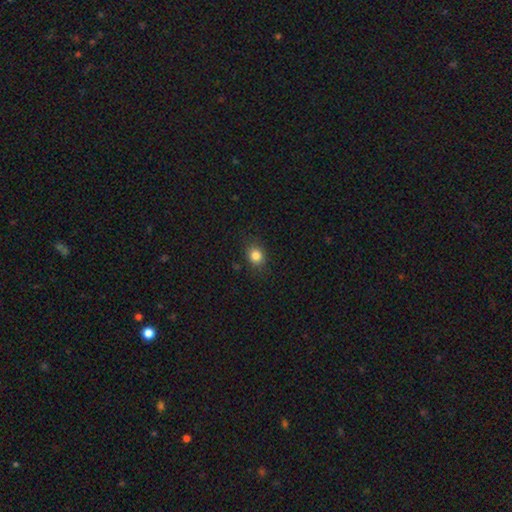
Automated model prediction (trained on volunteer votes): Smooth or featured?
  - smooth: 83% *
  - star or artifact: 11%
  - featured or disk: 5%
How rounded?
  - round: 69% *
  - in between: 30%
  - cigar-shaped: 1%
Merging?
  - none: 86% *
  - minor disturbance: 11%
  - major disturbance: 3%
  - merger: 1%